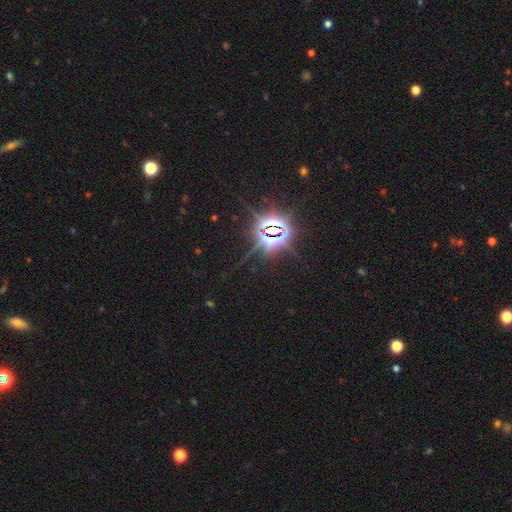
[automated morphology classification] A star or artifact, not a galaxy (85%).